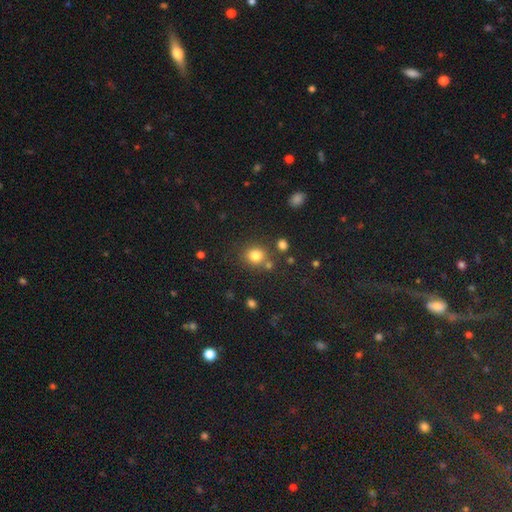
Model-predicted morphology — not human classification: This is clearly a smooth galaxy (80%). How rounded: clearly round (82%). Merging: likely none (74%).